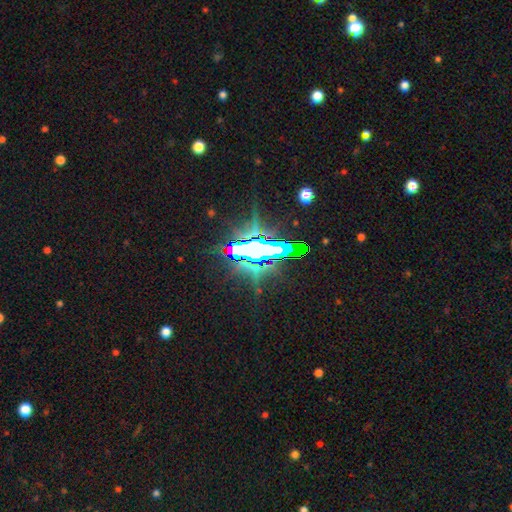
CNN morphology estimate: Q: Smooth or featured?
A: star or artifact (74%); runner-up: featured or disk (15%)